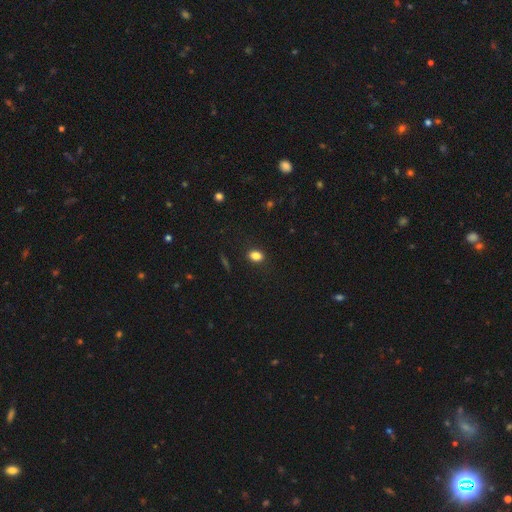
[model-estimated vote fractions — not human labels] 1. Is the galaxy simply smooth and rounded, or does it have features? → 84% smooth, 11% star or artifact, 5% featured or disk.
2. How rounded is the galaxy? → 67% in between, 31% round, 2% cigar-shaped.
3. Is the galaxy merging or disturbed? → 87% none, 9% minor disturbance, 2% major disturbance, 1% merger.